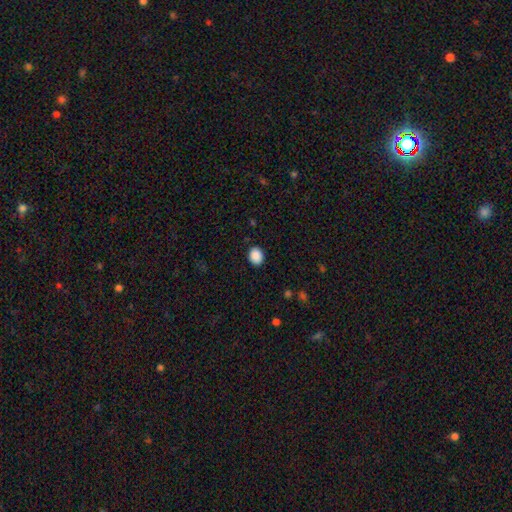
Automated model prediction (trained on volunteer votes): smooth_or_featured: smooth (p=0.89) [alt: star or artifact p=0.08]
how_rounded: in between (p=0.51) [alt: round p=0.48]
merging: none (p=0.88) [alt: minor disturbance p=0.08]